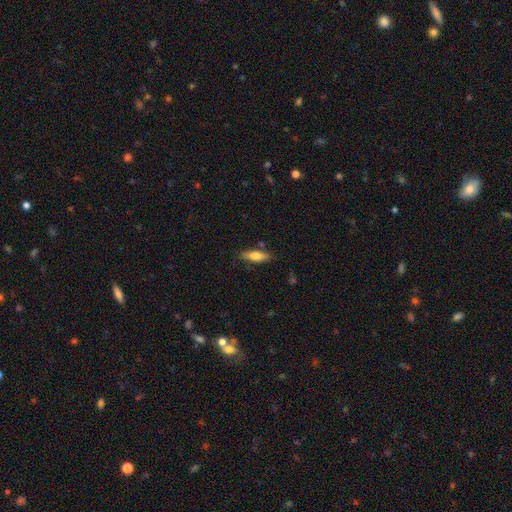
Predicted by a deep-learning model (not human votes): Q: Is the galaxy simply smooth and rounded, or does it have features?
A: smooth — 68%.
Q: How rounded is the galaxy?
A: in between — 50%.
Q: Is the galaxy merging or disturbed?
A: none — 80%.